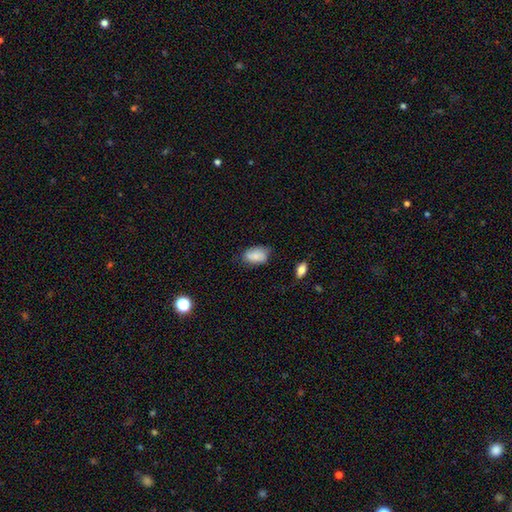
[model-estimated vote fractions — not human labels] This is clearly a smooth galaxy (81%). How rounded: clearly in between (91%). Merging: likely none (64%).